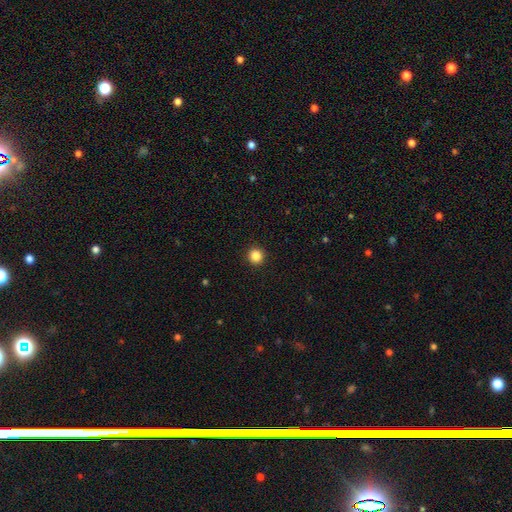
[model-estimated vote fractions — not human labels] Smooth or featured? smooth (86%)
How rounded? round (95%)
Merging? none (94%)